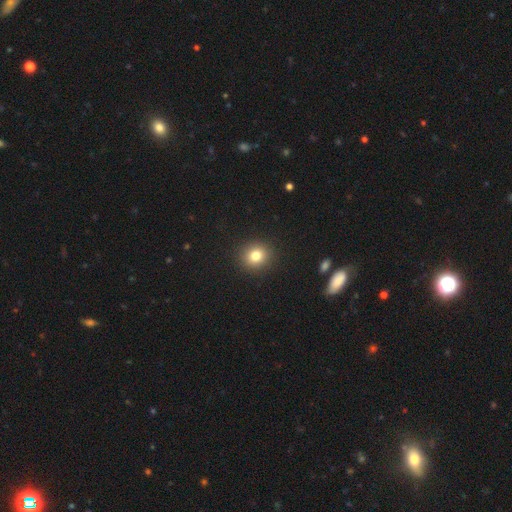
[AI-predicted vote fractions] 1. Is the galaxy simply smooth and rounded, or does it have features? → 80% smooth, 12% star or artifact, 7% featured or disk.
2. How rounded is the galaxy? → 82% round, 17% in between, 1% cigar-shaped.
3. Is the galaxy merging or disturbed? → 91% none, 6% minor disturbance, 2% major disturbance, 1% merger.